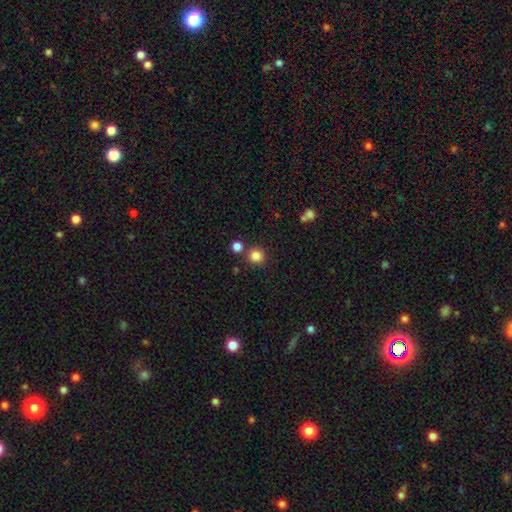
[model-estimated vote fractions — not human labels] Q: Smooth or featured?
A: smooth (84%); runner-up: star or artifact (12%)
Q: How rounded?
A: round (93%); runner-up: in between (6%)
Q: Merging?
A: none (80%); runner-up: merger (10%)